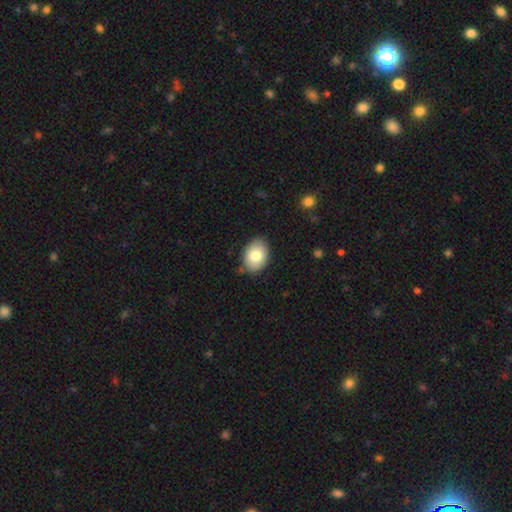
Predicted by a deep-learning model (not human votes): smooth 81%, featured or disk 12%, star or artifact 7%. Down the decision tree: how rounded — in between (76%); merging — none (84%).